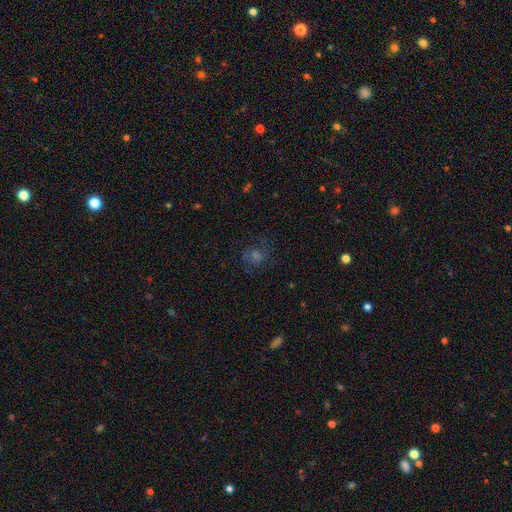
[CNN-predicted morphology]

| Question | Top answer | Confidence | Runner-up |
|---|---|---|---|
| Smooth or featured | featured or disk | 37% | smooth (32%) |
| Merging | none | 72% | minor disturbance (15%) |